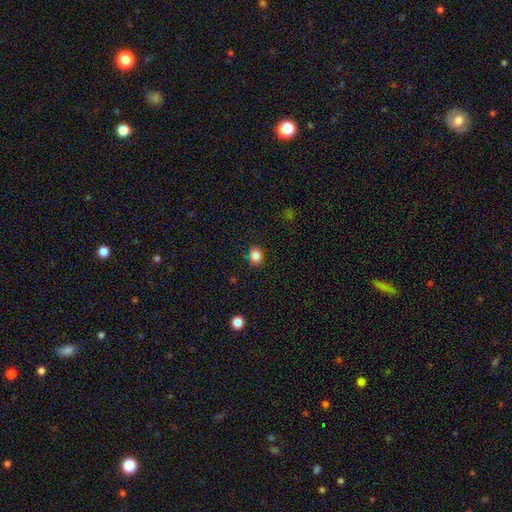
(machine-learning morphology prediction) Smooth or featured? smooth (85%)
How rounded? round (73%)
Merging? none (88%)